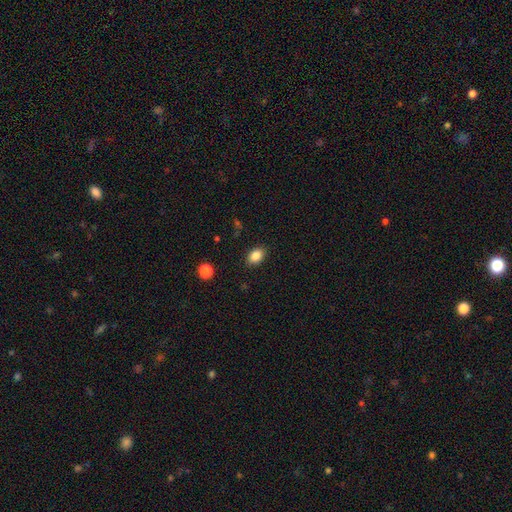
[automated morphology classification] This appears to be a smooth galaxy with no disk features (85%) that is in between round and cigar-shaped (80%). Merging: none (87%).